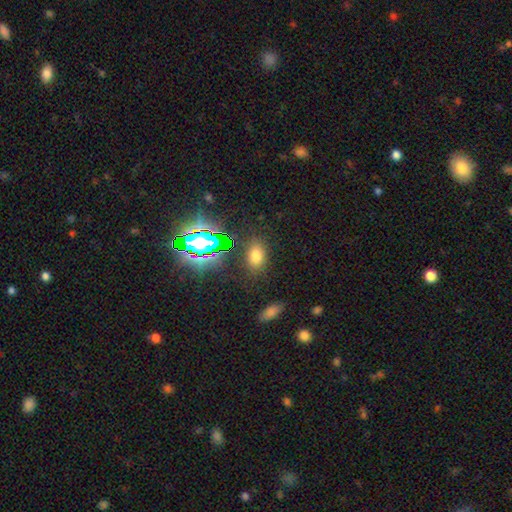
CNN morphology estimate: A smooth galaxy with no disk features (69%) that is in between round and cigar-shaped (83%). Merging: none (84%).